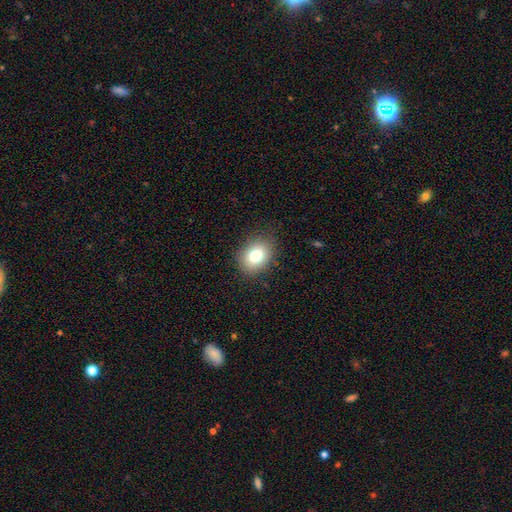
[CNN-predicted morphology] Smooth or featured: smooth — 78% (featured or disk — 11%)
How rounded: in between — 65% (round — 34%)
Merging: none — 83% (minor disturbance — 12%)